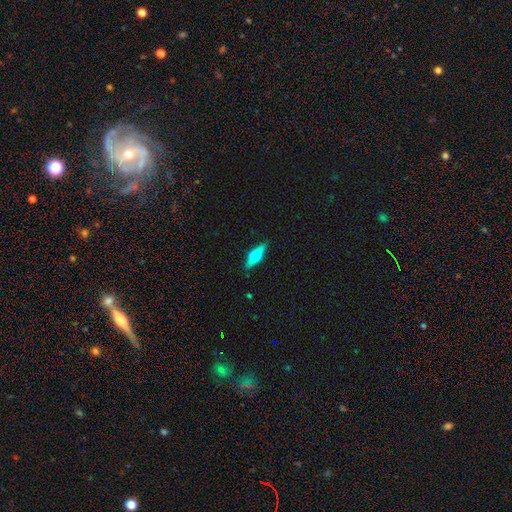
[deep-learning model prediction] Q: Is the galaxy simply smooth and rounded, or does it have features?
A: featured or disk — 50%.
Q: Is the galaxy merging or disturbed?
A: none — 88%.